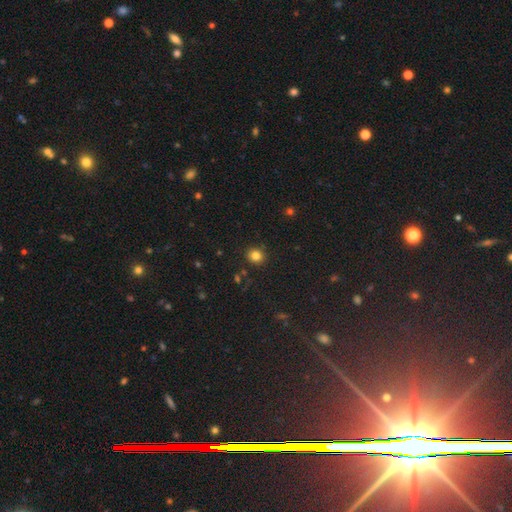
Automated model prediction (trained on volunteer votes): A smooth galaxy with no disk features (82%) that is round (83%). Merging: none (89%).